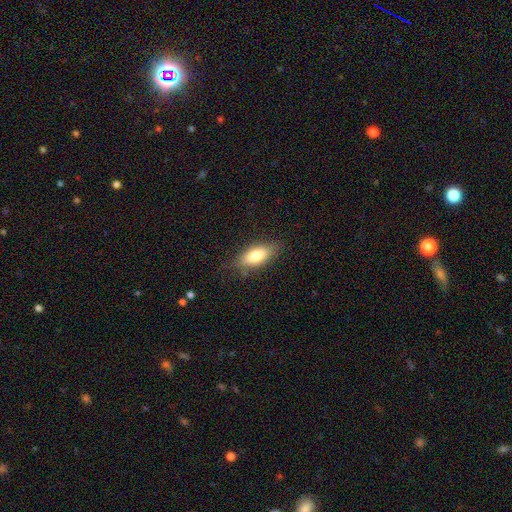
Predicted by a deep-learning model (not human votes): The model was most divided on "smooth or featured": smooth: 76%, featured or disk: 17%, star or artifact: 7%. More confident: how rounded — in between (78%); merging — none (78%).